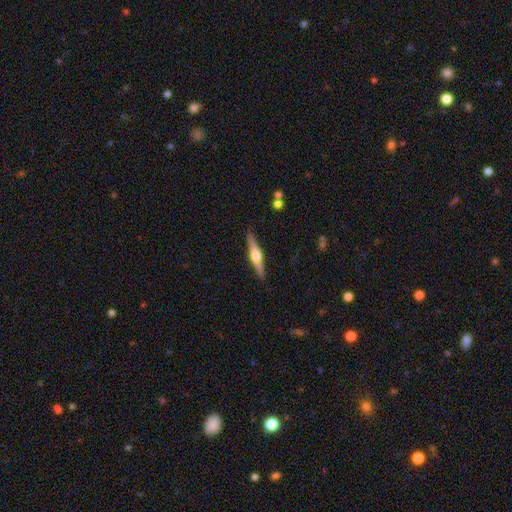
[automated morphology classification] A featured or disk galaxy (66%) viewed edge-on (97%) with a rounded central bulge (92%). Merging: none (89%).